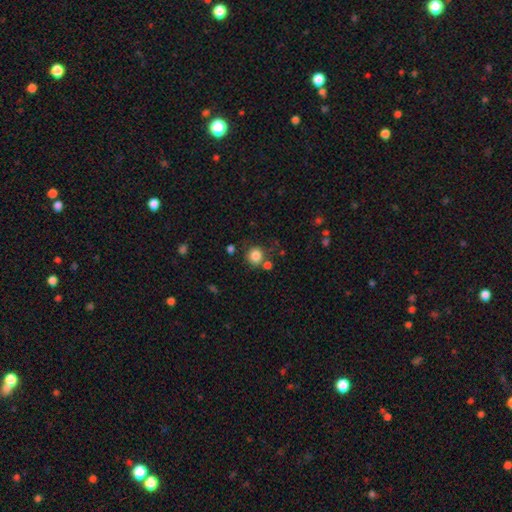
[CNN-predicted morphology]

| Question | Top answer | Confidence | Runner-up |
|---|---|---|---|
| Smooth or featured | smooth | 84% | star or artifact (11%) |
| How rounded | round | 89% | in between (10%) |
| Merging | none | 72% | minor disturbance (12%) |